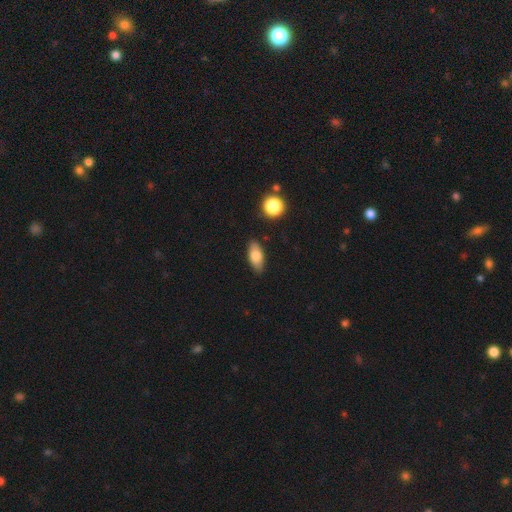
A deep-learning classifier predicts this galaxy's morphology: This is likely a smooth galaxy (77%). How rounded: clearly in between (85%). Merging: clearly none (84%).